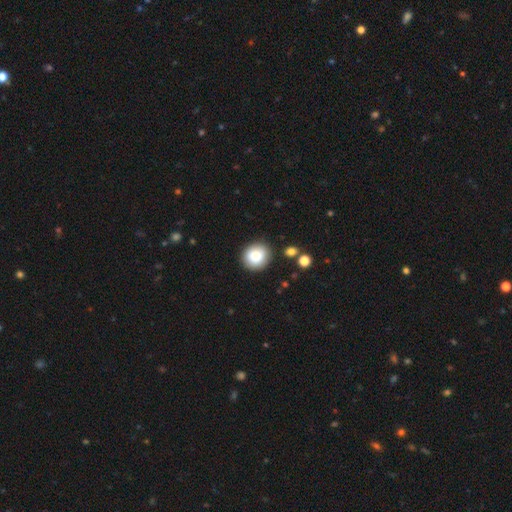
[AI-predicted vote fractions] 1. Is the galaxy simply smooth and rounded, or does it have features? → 81% smooth, 10% featured or disk, 9% star or artifact.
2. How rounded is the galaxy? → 87% round, 12% in between, 1% cigar-shaped.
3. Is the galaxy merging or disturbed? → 88% none, 7% minor disturbance, 3% merger, 2% major disturbance.